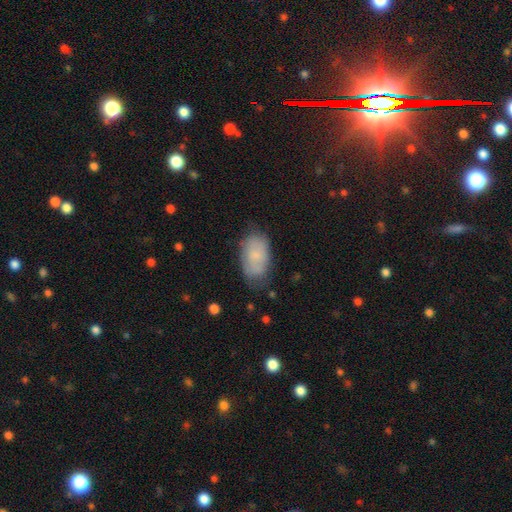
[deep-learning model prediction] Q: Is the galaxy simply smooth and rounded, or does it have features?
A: smooth — 72%.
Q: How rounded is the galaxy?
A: in between — 93%.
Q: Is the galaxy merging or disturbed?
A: none — 68%.